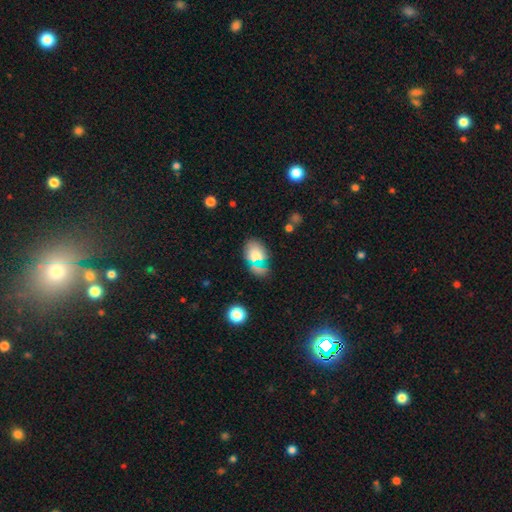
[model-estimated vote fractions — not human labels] A smooth galaxy with no disk features (74%) that is in between round and cigar-shaped (81%).

Vote fractions:
- Smooth or featured? smooth: 74% / star or artifact: 13% / featured or disk: 13%
- How rounded? in between: 81% / round: 17% / cigar-shaped: 2%
- Merging? none: 63% / minor disturbance: 17% / merger: 13% / major disturbance: 7%